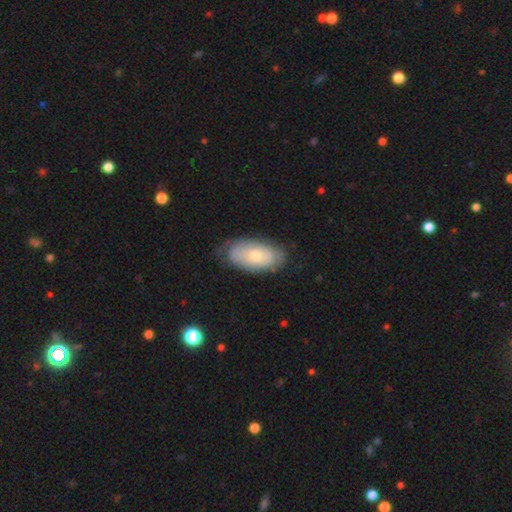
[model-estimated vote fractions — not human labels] This is possibly a smooth galaxy (56%). How rounded: clearly in between (93%). Merging: likely none (69%).